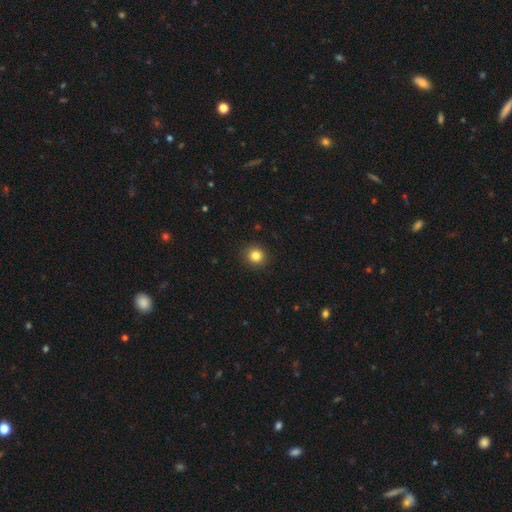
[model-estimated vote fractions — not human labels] smooth 84%, star or artifact 12%, featured or disk 5%. Down the decision tree: how rounded — round (91%); merging — none (92%).